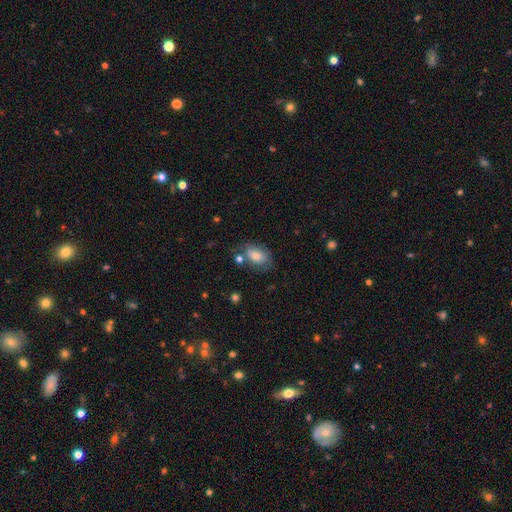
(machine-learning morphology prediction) Smooth or featured: smooth — 77% (featured or disk — 15%)
How rounded: in between — 87% (round — 11%)
Merging: none — 56% (minor disturbance — 25%)